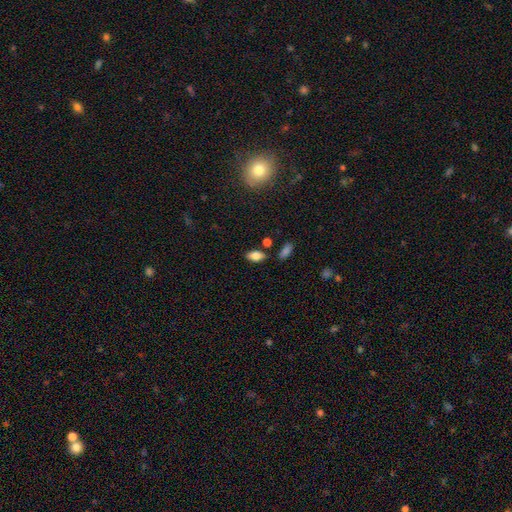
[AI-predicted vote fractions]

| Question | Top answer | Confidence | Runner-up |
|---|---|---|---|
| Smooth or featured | smooth | 81% | featured or disk (11%) |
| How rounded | in between | 90% | cigar-shaped (5%) |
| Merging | none | 79% | minor disturbance (12%) |